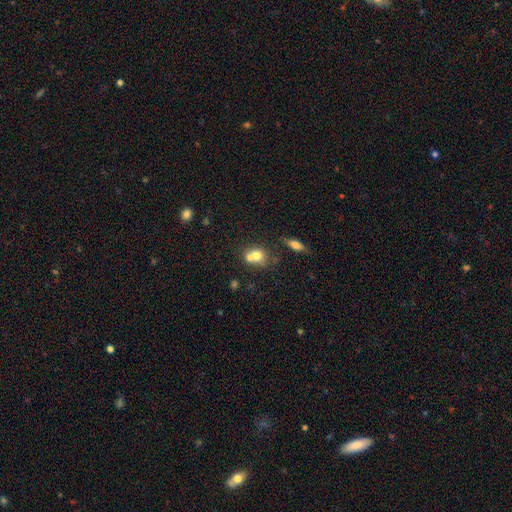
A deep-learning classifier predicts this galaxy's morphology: smooth-or-featured: smooth: 70% | featured or disk: 19% | star or artifact: 11%
  how-rounded: round: 65% | in between: 34% | cigar-shaped: 1%
  merging: merger: 53% | none: 34% | minor disturbance: 9% | major disturbance: 4%